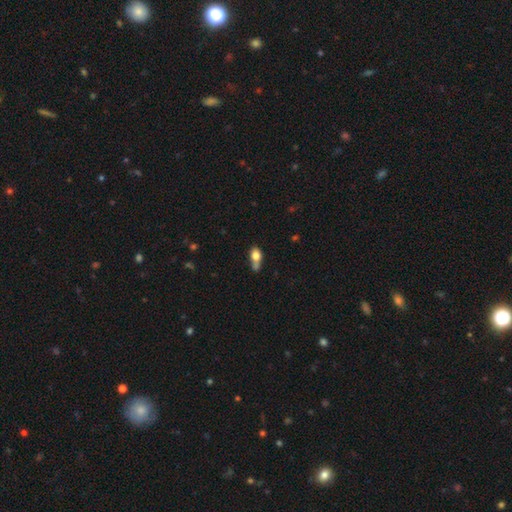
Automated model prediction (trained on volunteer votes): Smooth or featured?
  - smooth: 73% *
  - featured or disk: 17%
  - star or artifact: 9%
How rounded?
  - in between: 73% *
  - round: 18%
  - cigar-shaped: 9%
Merging?
  - none: 35% *
  - minor disturbance: 26%
  - merger: 26%
  - major disturbance: 13%